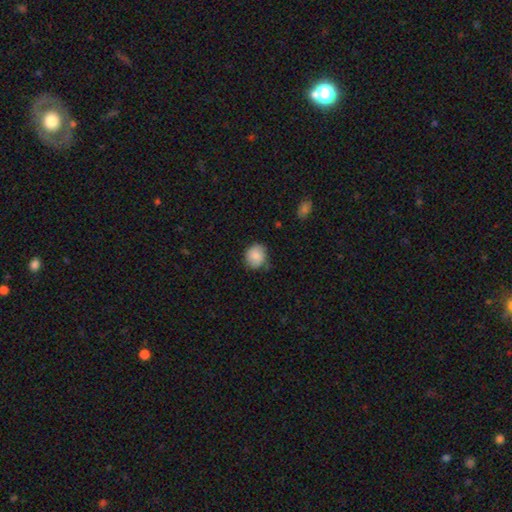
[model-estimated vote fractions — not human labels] Overall: smooth (85%). How rounded: round (74%). Merging: none (74%).